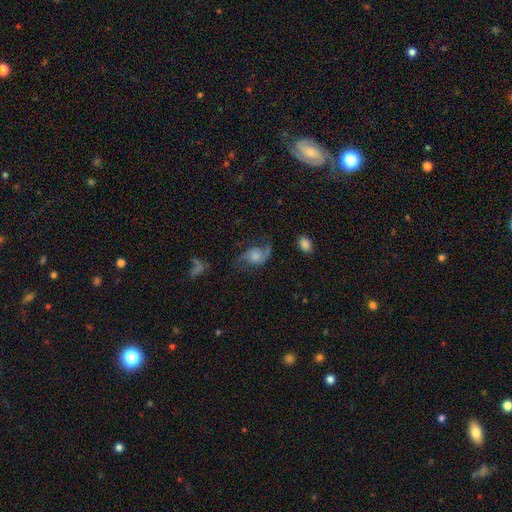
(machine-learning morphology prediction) Smooth or featured: featured or disk — 70% (smooth — 21%)
Edge-on disk: no — 96% (yes — 4%)
Bar: no — 71% (weak — 25%)
Spiral arms: yes — 92% (no — 8%)
Spiral winding: loose — 71% (medium — 24%)
Spiral arm count: 2 — 82% (1 — 12%)
Bulge size: moderate — 38% (small — 28%)
Merging: none — 53% (minor disturbance — 22%)